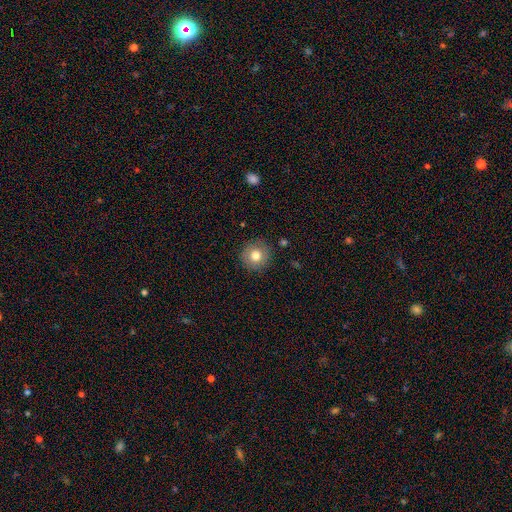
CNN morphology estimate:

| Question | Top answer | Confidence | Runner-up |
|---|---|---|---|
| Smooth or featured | smooth | 78% | featured or disk (12%) |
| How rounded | round | 93% | in between (6%) |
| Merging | none | 89% | minor disturbance (8%) |